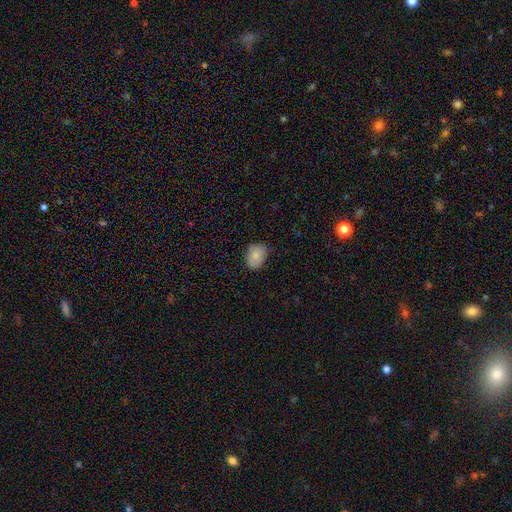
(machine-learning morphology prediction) Smooth or featured: smooth — 77% (featured or disk — 16%)
How rounded: in between — 62% (round — 37%)
Merging: none — 80% (minor disturbance — 16%)